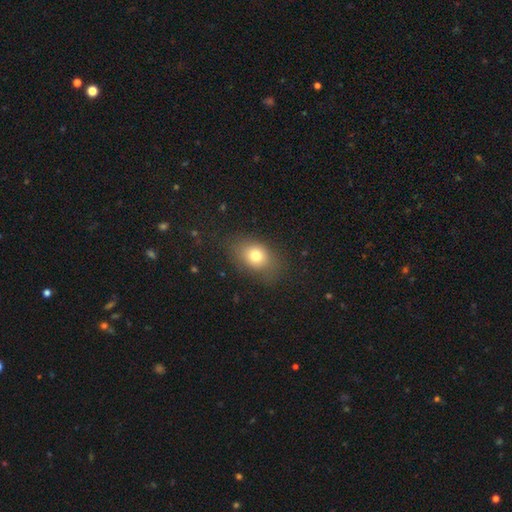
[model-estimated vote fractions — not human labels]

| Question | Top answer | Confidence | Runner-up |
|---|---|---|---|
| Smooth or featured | smooth | 76% | featured or disk (13%) |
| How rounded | in between | 69% | round (29%) |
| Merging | none | 74% | minor disturbance (17%) |